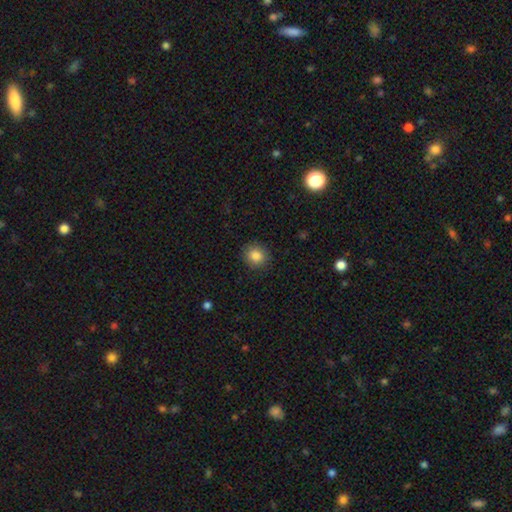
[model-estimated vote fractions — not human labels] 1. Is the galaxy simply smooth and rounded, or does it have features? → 86% smooth, 9% star or artifact, 5% featured or disk.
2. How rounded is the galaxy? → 84% round, 15% in between, 1% cigar-shaped.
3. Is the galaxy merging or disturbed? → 88% none, 8% minor disturbance, 2% major disturbance, 1% merger.